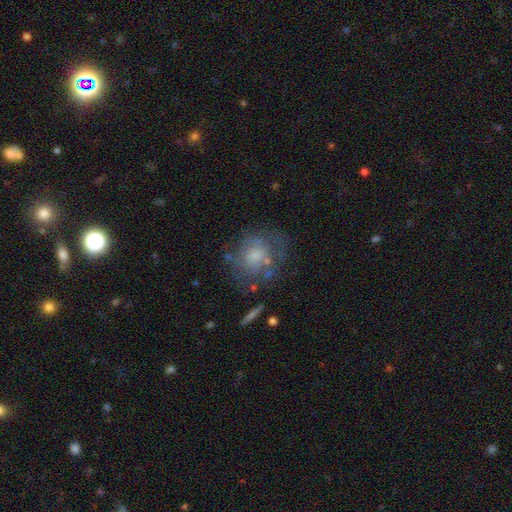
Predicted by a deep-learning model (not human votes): Q: Smooth or featured?
A: smooth (54%); runner-up: featured or disk (35%)
Q: How rounded?
A: round (71%); runner-up: in between (28%)
Q: Merging?
A: none (54%); runner-up: minor disturbance (22%)